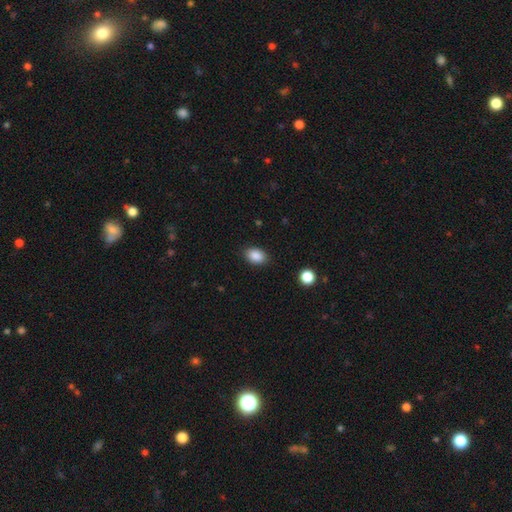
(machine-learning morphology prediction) smooth_or_featured: smooth (p=0.88) [alt: star or artifact p=0.08]
how_rounded: in between (p=0.81) [alt: round p=0.18]
merging: none (p=0.86) [alt: minor disturbance p=0.10]